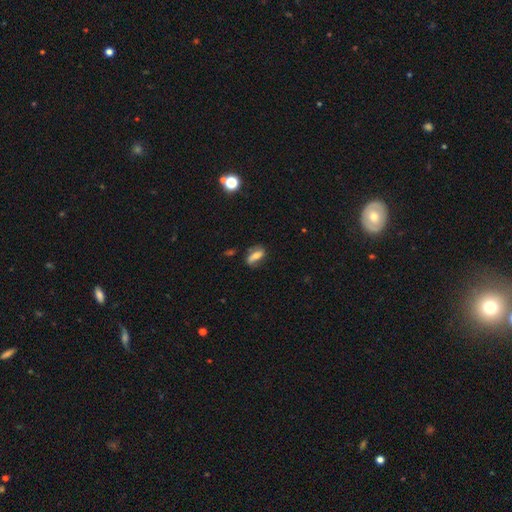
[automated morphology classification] smooth 45% (tied), featured or disk 45% (tied), star or artifact 9%. Down the decision tree: merging — none (62%).